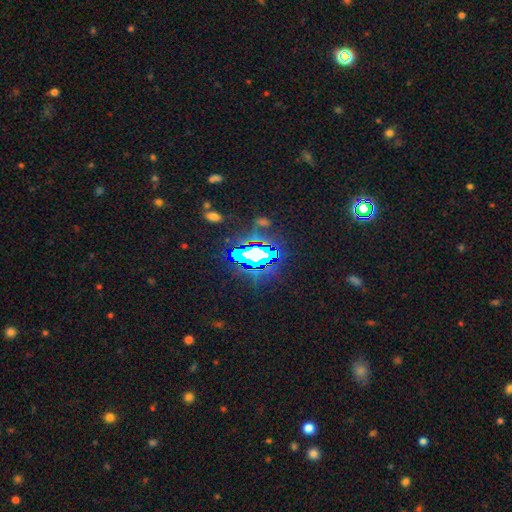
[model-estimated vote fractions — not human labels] Smooth or featured? Predicted: star or artifact (p=0.70).